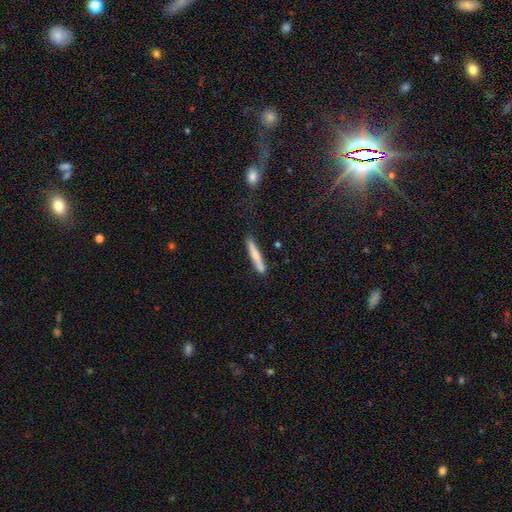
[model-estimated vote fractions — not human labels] A smooth galaxy with no disk features (63%) that is cigar-shaped (93%). Merging: none (82%).